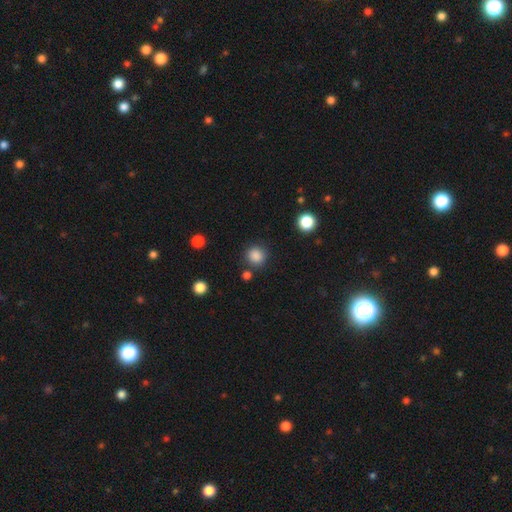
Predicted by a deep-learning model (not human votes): smooth_or_featured: smooth (p=0.85) [alt: star or artifact p=0.12]
how_rounded: round (p=0.90) [alt: in between p=0.09]
merging: none (p=0.83) [alt: minor disturbance p=0.09]